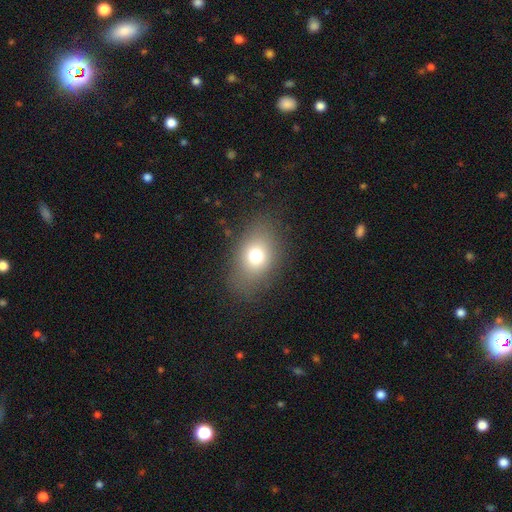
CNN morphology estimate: Q: Smooth or featured?
A: smooth (72%); runner-up: featured or disk (14%)
Q: How rounded?
A: in between (68%); runner-up: round (30%)
Q: Merging?
A: none (79%); runner-up: minor disturbance (13%)